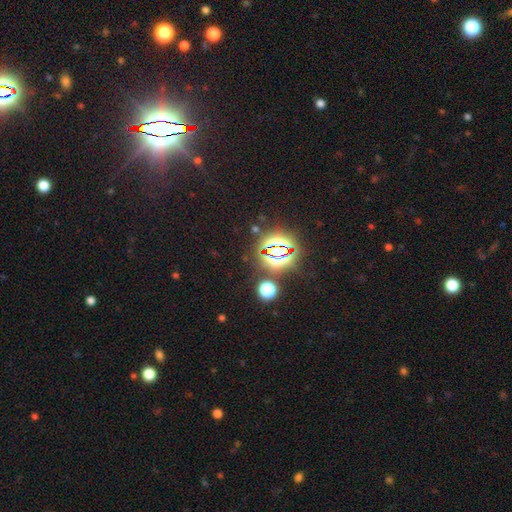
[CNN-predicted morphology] A star or artifact, not a galaxy (85%).

Vote fractions:
- Smooth or featured? star or artifact: 85% / smooth: 8% / featured or disk: 7%